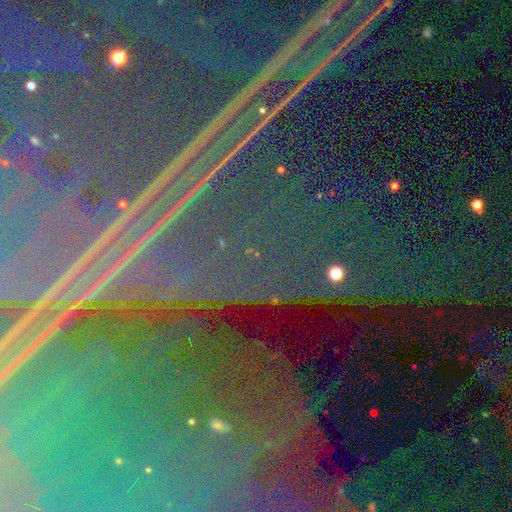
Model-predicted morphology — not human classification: Smooth or featured?
  - star or artifact: 89% *
  - featured or disk: 6%
  - smooth: 5%